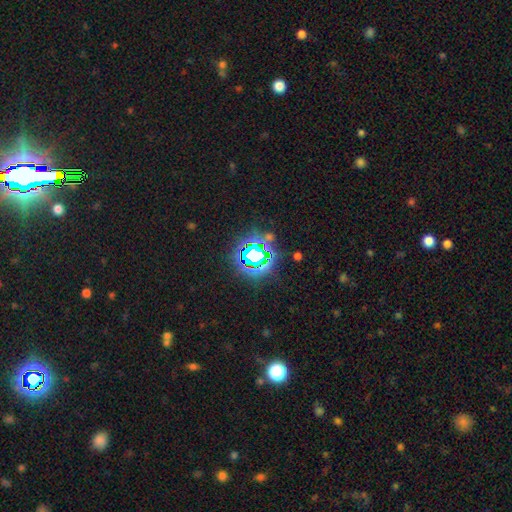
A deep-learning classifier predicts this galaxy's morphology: Q: Smooth or featured?
A: star or artifact (69%); runner-up: smooth (18%)